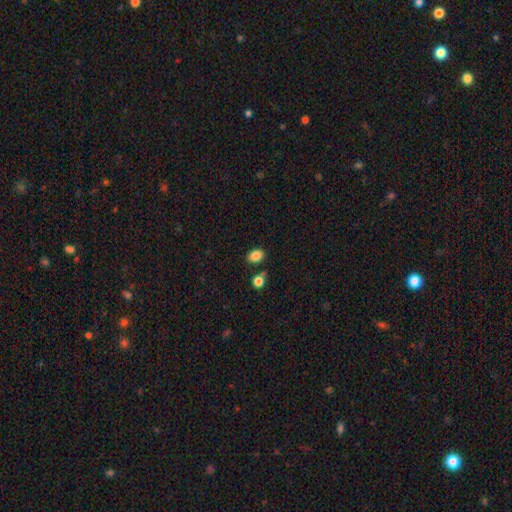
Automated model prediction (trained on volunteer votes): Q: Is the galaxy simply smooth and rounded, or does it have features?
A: smooth — 86%.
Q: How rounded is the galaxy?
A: in between — 74%.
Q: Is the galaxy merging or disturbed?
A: none — 78%.